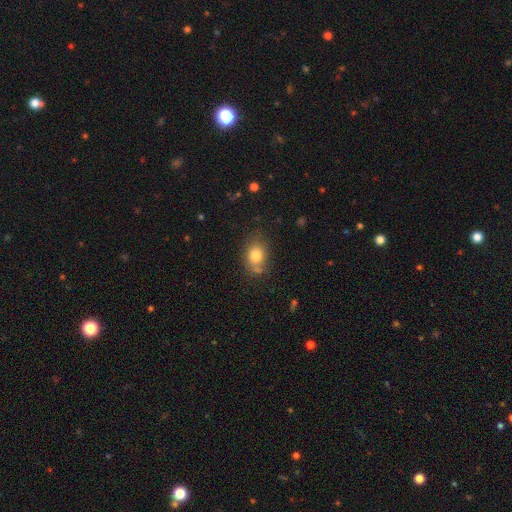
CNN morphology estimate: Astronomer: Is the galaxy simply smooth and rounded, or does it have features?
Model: smooth — 80%.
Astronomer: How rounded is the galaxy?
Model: in between — 60% (runner-up: round, 38%).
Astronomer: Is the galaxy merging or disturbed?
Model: none — 68%.